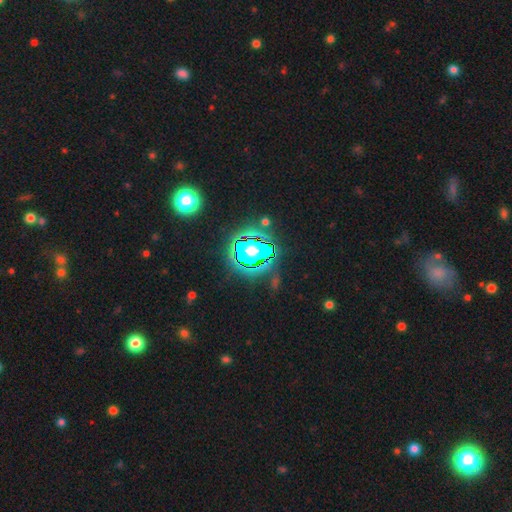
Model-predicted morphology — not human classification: A star or artifact, not a galaxy (81%).

Vote fractions:
- Smooth or featured? star or artifact: 81% / smooth: 12% / featured or disk: 8%